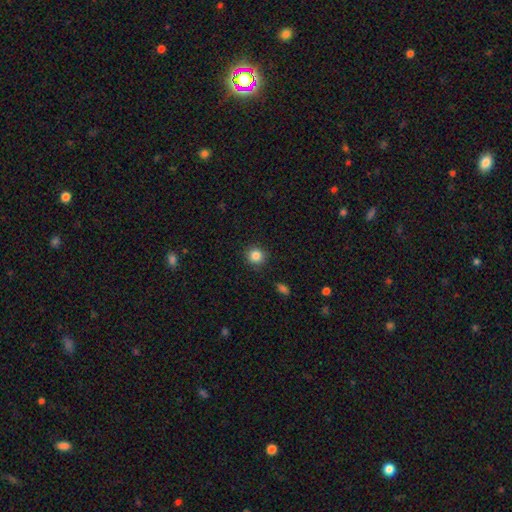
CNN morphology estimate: Q: Smooth or featured?
A: smooth (84%); runner-up: star or artifact (11%)
Q: How rounded?
A: round (92%); runner-up: in between (7%)
Q: Merging?
A: none (91%); runner-up: minor disturbance (6%)